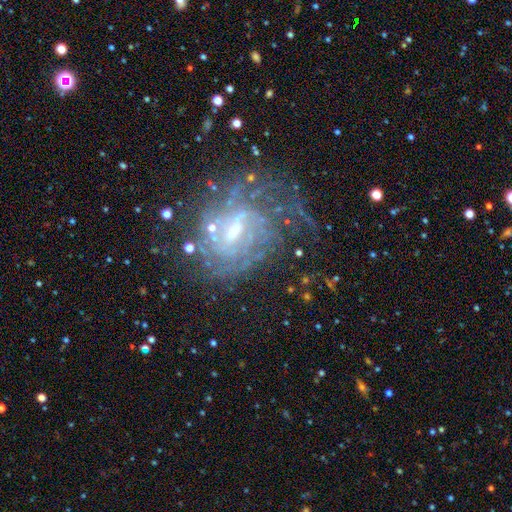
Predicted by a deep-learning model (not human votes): This is likely a featured or disk galaxy (65%). It is clearly not viewed edge-on (92%). Bar: marginally weak (45%). Spiral arm pattern: clearly yes (84%). Spiral arm count: possibly can't tell (47%). Spiral winding: likely tight (64%). Central bulge: likely small (60%). Merging: likely none (69%).